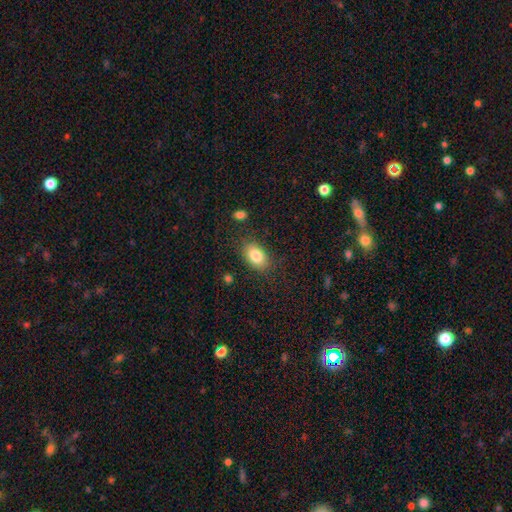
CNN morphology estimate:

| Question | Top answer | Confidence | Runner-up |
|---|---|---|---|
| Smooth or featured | smooth | 84% | featured or disk (8%) |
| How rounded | in between | 89% | round (9%) |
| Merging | none | 83% | minor disturbance (12%) |